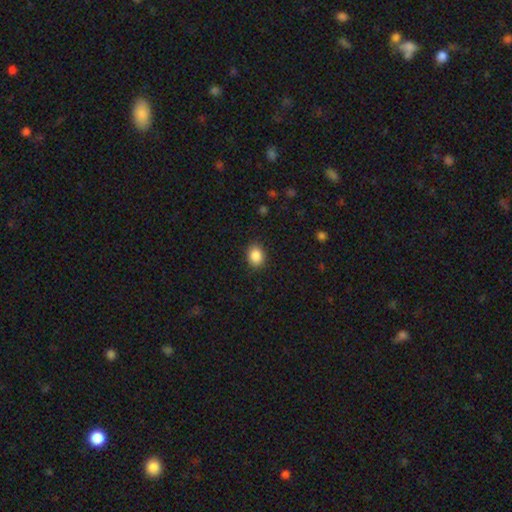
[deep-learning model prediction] Smooth or featured? smooth (88%)
How rounded? in between (53%)
Merging? none (88%)